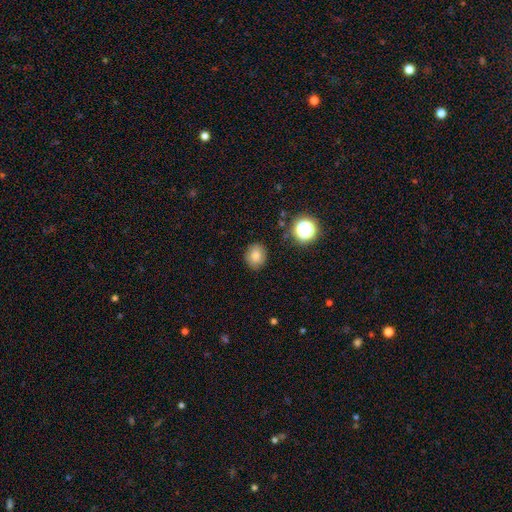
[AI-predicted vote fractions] smooth-or-featured: smooth: 81% | star or artifact: 13% | featured or disk: 7%
  how-rounded: round: 63% | in between: 36% | cigar-shaped: 1%
  merging: none: 83% | minor disturbance: 12% | major disturbance: 3% | merger: 2%